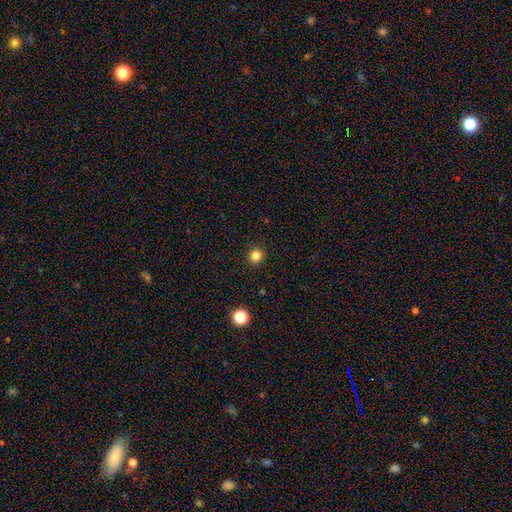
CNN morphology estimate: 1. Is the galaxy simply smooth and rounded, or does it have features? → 82% smooth, 14% star or artifact, 4% featured or disk.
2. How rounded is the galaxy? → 92% round, 7% in between, 1% cigar-shaped.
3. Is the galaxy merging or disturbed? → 92% none, 5% minor disturbance, 2% major disturbance, 1% merger.